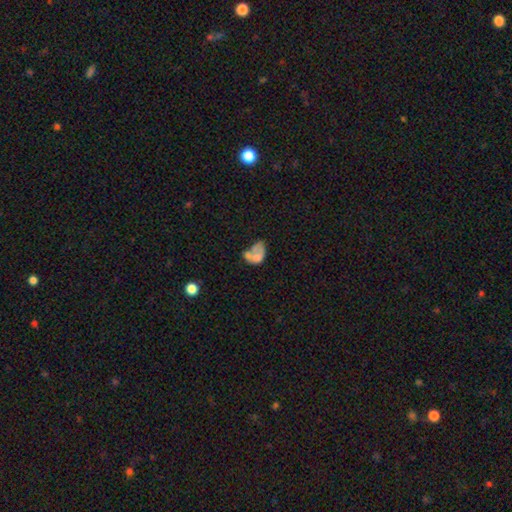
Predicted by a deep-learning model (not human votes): Smooth or featured: smooth — 54% (featured or disk — 35%)
How rounded: in between — 78% (round — 21%)
Merging: merger — 43% (major disturbance — 24%)